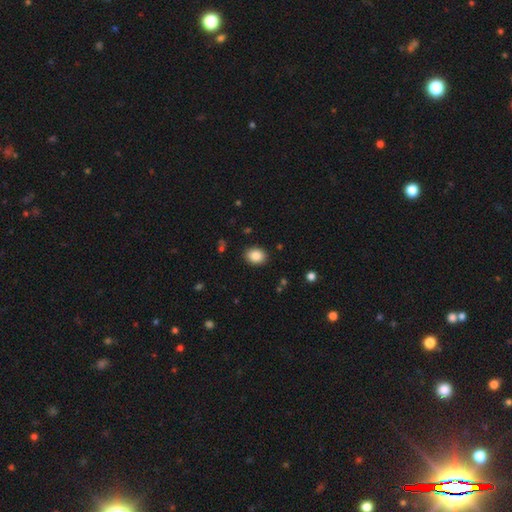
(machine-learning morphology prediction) Smooth or featured?
  - smooth: 86% *
  - star or artifact: 9%
  - featured or disk: 5%
How rounded?
  - in between: 55% *
  - round: 44%
  - cigar-shaped: 1%
Merging?
  - none: 89% *
  - minor disturbance: 8%
  - major disturbance: 2%
  - merger: 1%